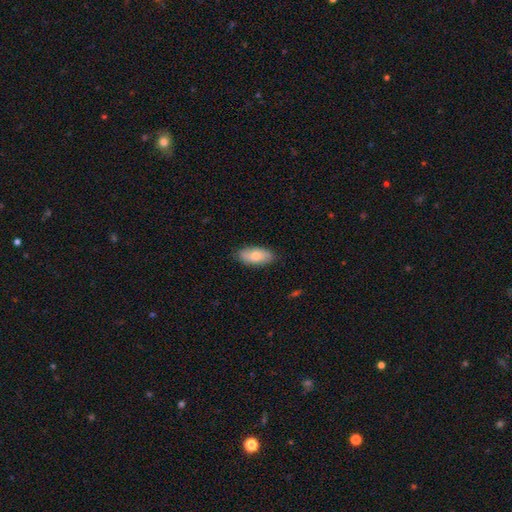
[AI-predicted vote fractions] The model was most divided on "smooth or featured": smooth: 75%, featured or disk: 19%, star or artifact: 6%. More confident: how rounded — in between (90%); merging — none (83%).